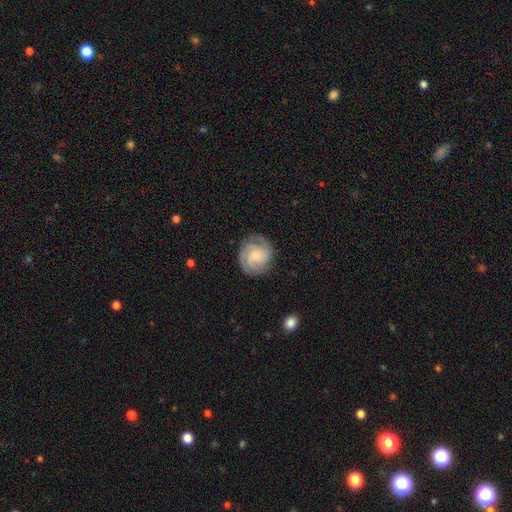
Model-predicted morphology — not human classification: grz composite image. It shows a featured or disk galaxy (76%) with no bar (66%), 3 (36%) tight (61%) spiral arms (96%) and a small central bulge (58%). Merging: none (81%).